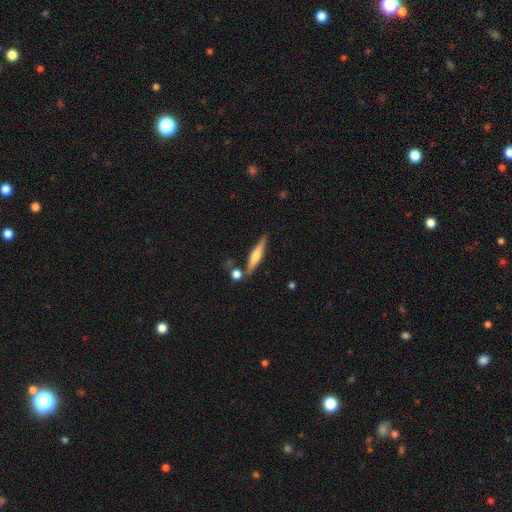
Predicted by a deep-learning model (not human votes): Smooth or featured: featured or disk — 60% (smooth — 34%)
Edge-on disk: yes — 96% (no — 4%)
Edge-on bulge: rounded — 80% (boxy — 13%)
Merging: none — 80% (minor disturbance — 10%)